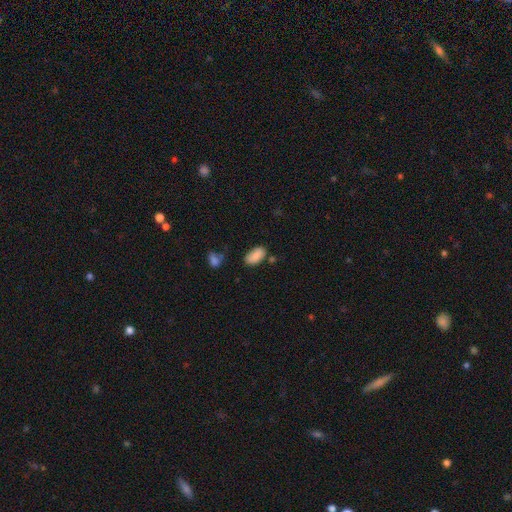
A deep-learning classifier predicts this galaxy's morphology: smooth_or_featured: smooth (p=0.87) [alt: star or artifact p=0.08]
how_rounded: in between (p=0.94) [alt: round p=0.03]
merging: none (p=0.70) [alt: minor disturbance p=0.18]